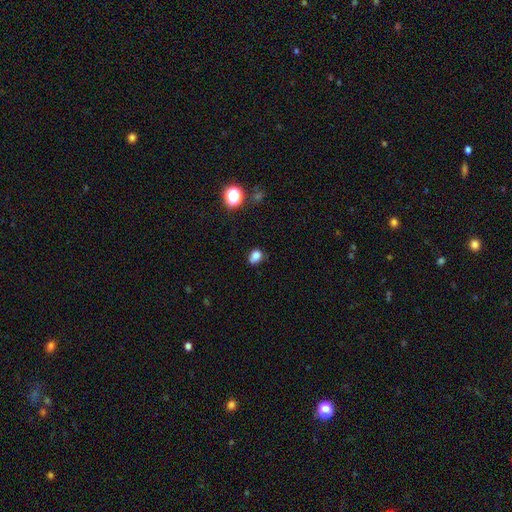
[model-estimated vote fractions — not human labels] Morphology: type=smooth (81%); roundness=in between (62%); merging=none (72%).